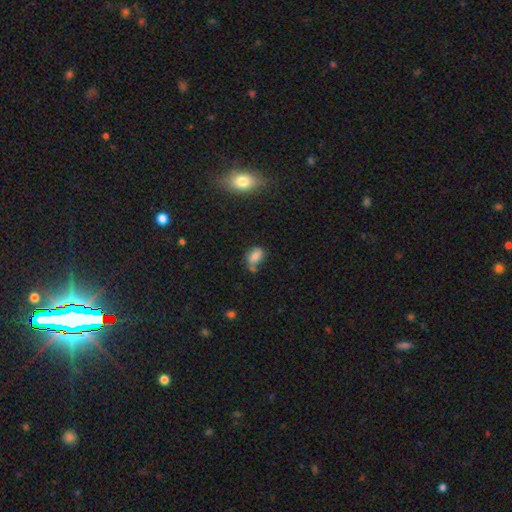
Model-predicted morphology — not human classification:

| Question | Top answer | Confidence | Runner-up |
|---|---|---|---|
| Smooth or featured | smooth | 72% | featured or disk (16%) |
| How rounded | in between | 82% | round (16%) |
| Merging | none | 48% | minor disturbance (26%) |